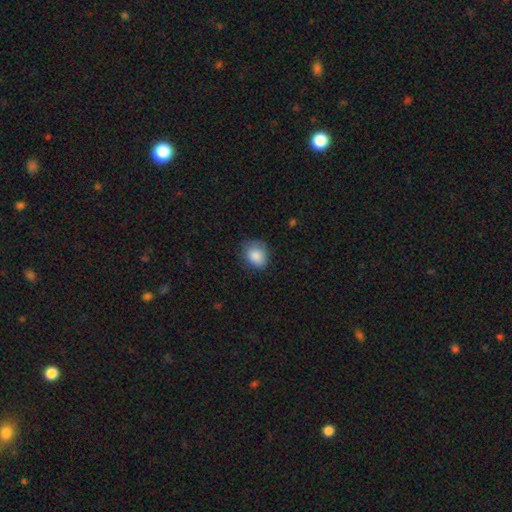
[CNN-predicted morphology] This appears to be a smooth galaxy with no disk features (86%) that is round (55%). Merging: none (68%).